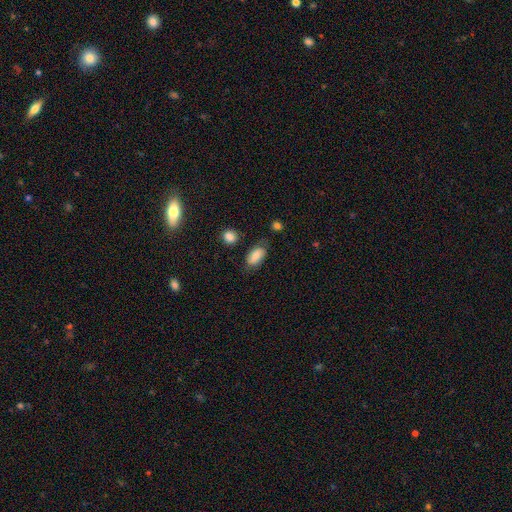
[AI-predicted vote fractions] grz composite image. It shows a smooth galaxy with no disk features (75%) that is in between round and cigar-shaped (91%). Merging: none (64%).